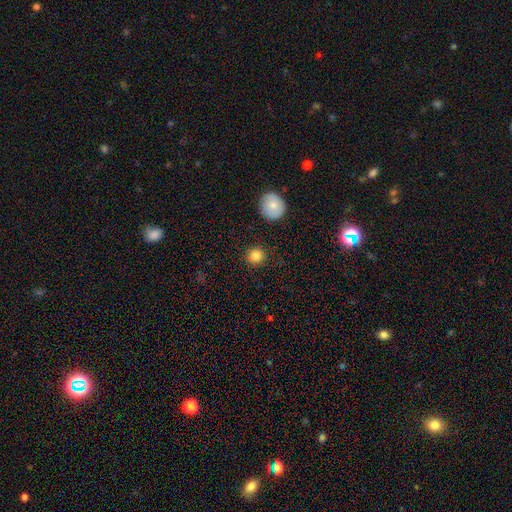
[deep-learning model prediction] Morphology: type=smooth (84%); roundness=round (93%); merging=none (90%).